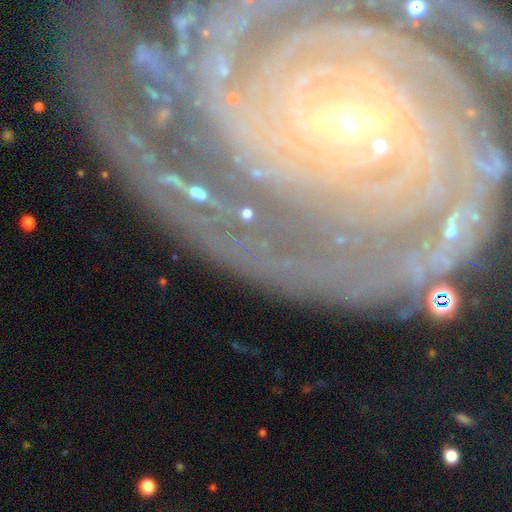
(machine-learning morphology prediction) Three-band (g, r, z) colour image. It shows a featured or disk galaxy (65%) with a strong bar (37%), spiral arms (83%) and a small central bulge (47%). Merging: none (70%).